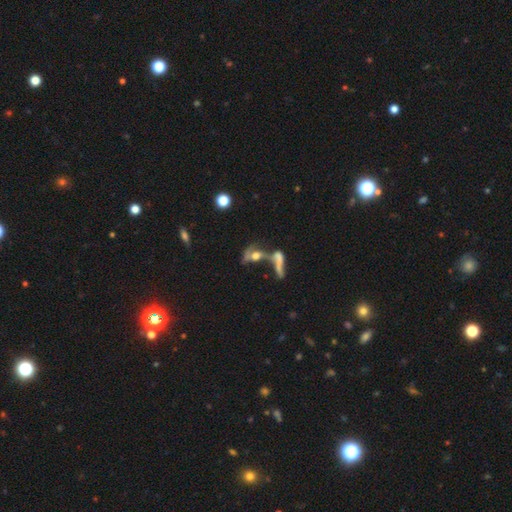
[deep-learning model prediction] smooth-or-featured: featured or disk: 53% | smooth: 33% | star or artifact: 14%
  disk-edge-on: no: 73% | yes: 27%
  merging: merger: 54% | none: 21% | major disturbance: 16% | minor disturbance: 9%